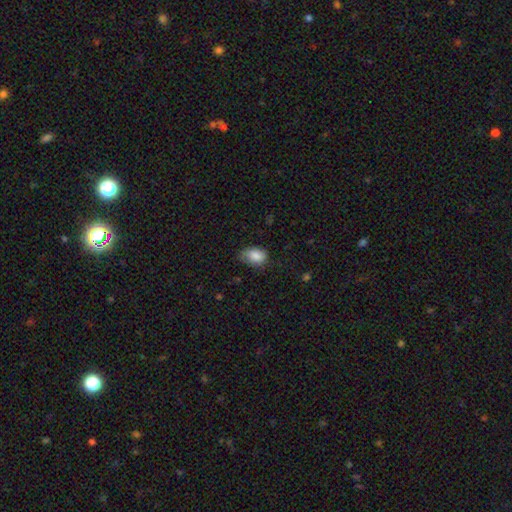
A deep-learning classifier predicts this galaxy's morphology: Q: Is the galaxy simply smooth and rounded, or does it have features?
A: smooth — 83%.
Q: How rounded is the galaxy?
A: in between — 84%.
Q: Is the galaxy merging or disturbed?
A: none — 55%.